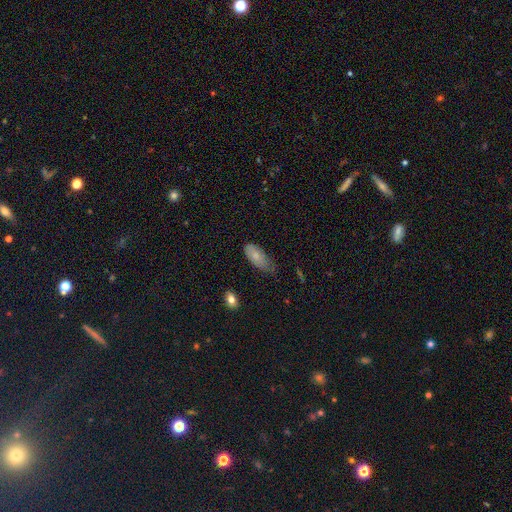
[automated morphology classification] Smooth or featured?
  - smooth: 78% *
  - featured or disk: 15%
  - star or artifact: 7%
How rounded?
  - in between: 87% *
  - cigar-shaped: 11%
  - round: 2%
Merging?
  - minor disturbance: 45% *
  - none: 40%
  - major disturbance: 13%
  - merger: 2%